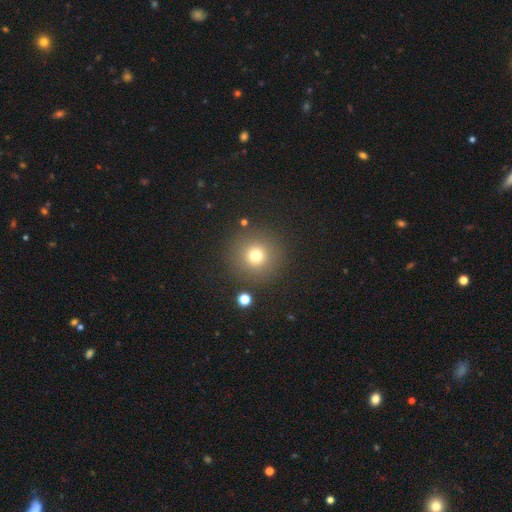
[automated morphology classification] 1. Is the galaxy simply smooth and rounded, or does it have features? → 74% smooth, 17% star or artifact, 9% featured or disk.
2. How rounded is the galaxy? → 95% round, 4% in between, 1% cigar-shaped.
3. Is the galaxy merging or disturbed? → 88% none, 6% minor disturbance, 3% major disturbance, 3% merger.